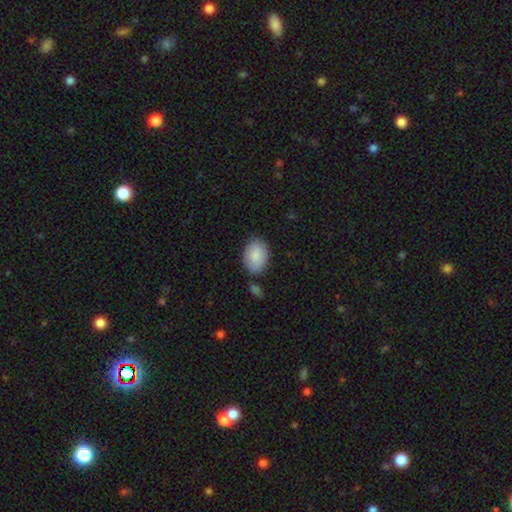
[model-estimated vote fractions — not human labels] Smooth or featured?
  - smooth: 85% *
  - featured or disk: 9%
  - star or artifact: 6%
How rounded?
  - in between: 83% *
  - round: 16%
  - cigar-shaped: 1%
Merging?
  - none: 75% *
  - minor disturbance: 16%
  - merger: 6%
  - major disturbance: 4%